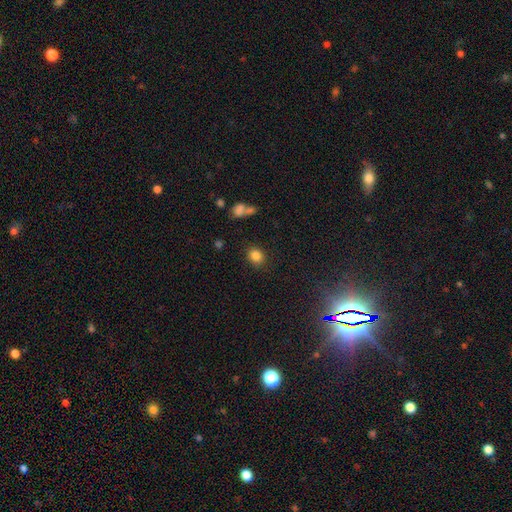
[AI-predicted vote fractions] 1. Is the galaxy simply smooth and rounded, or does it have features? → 84% smooth, 11% star or artifact, 5% featured or disk.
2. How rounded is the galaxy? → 64% round, 35% in between, 1% cigar-shaped.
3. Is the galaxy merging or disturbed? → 85% none, 9% minor disturbance, 3% major disturbance, 3% merger.